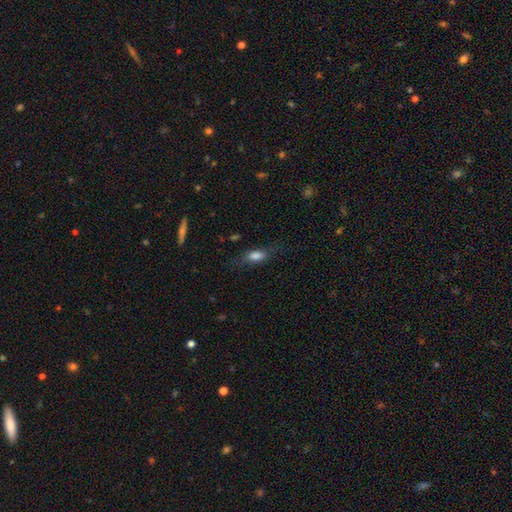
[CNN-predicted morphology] Smooth or featured? Predicted: smooth (p=0.74). How rounded? Predicted: in between (p=0.72). Merging? Predicted: none (p=0.67).